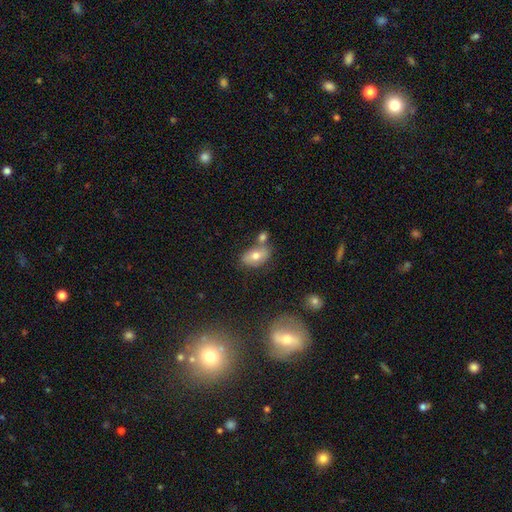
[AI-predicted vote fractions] This appears to be a smooth galaxy with no disk features (68%) that is in between round and cigar-shaped (89%). Merging: none (51%).